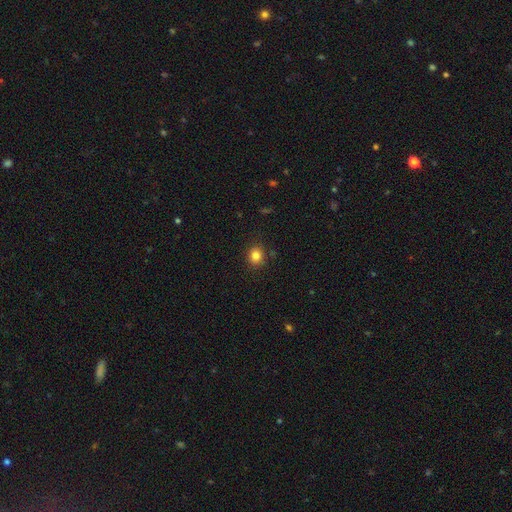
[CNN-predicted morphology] Q: Smooth or featured?
A: smooth (83%); runner-up: star or artifact (11%)
Q: How rounded?
A: round (76%); runner-up: in between (23%)
Q: Merging?
A: none (88%); runner-up: minor disturbance (8%)